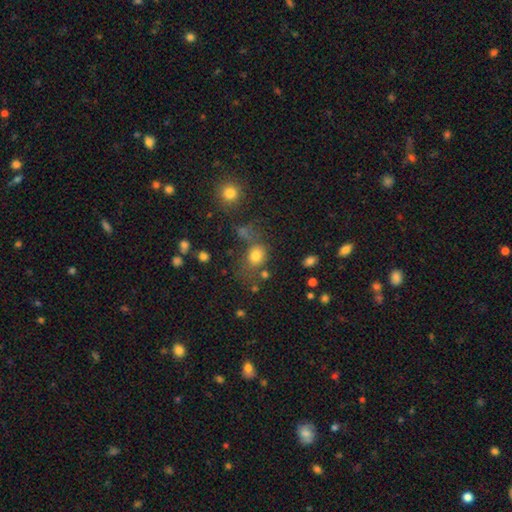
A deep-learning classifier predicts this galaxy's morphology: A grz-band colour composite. It shows a smooth galaxy with no disk features (76%) that is round (56%). Merging: none (59%).